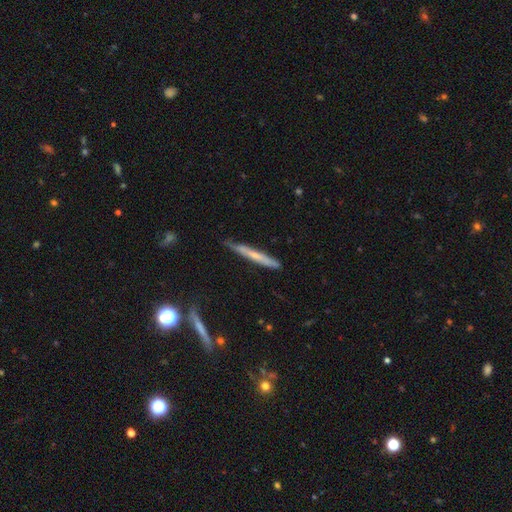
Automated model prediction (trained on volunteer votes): smooth_or_featured: featured or disk (p=0.52) [alt: smooth p=0.41]
disk_edge_on: yes (p=0.91) [alt: no p=0.09]
merging: none (p=0.75) [alt: minor disturbance p=0.20]